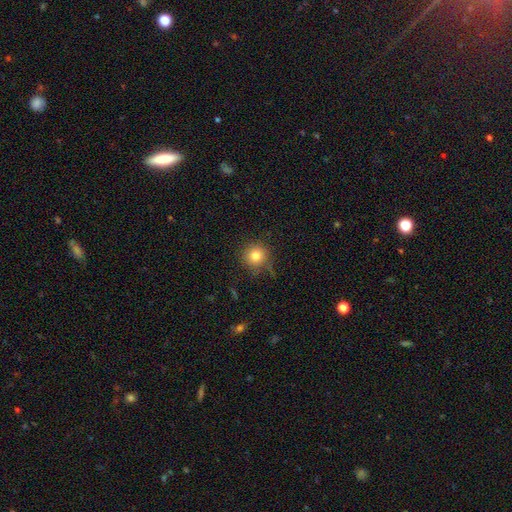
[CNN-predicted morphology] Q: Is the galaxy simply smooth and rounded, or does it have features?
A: smooth — 80%.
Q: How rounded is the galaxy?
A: round — 93%.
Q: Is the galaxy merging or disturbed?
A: none — 81%.